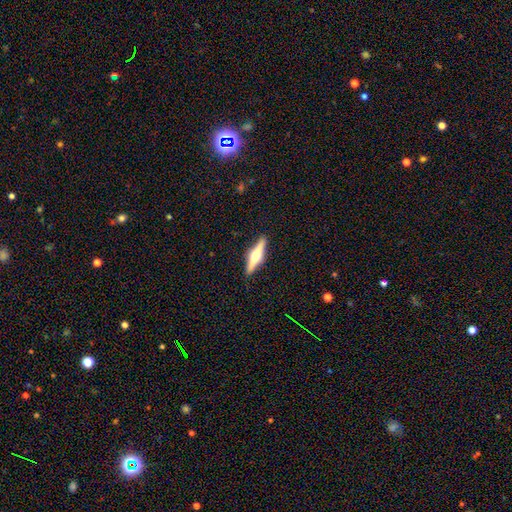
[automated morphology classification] This appears to be a featured or disk galaxy (65%) viewed edge-on (97%) with a rounded central bulge (90%). Merging: none (90%).